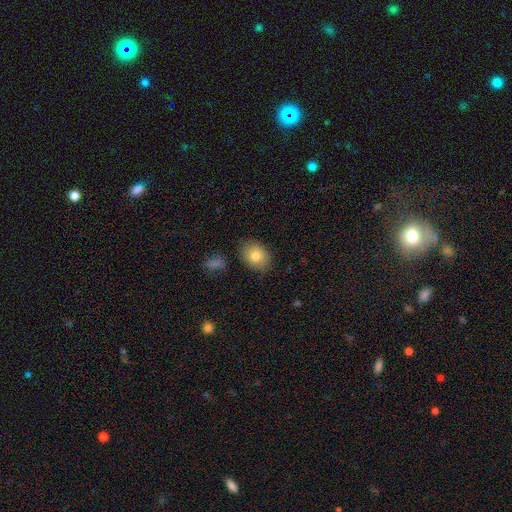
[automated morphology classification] type=smooth (81%); roundness=in between (57%); merging=none (84%).